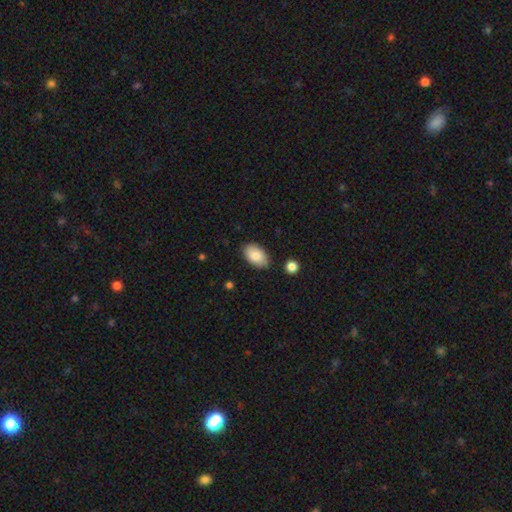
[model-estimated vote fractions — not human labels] smooth_or_featured: smooth (p=0.83) [alt: featured or disk p=0.10]
how_rounded: in between (p=0.94) [alt: round p=0.05]
merging: none (p=0.85) [alt: minor disturbance p=0.11]